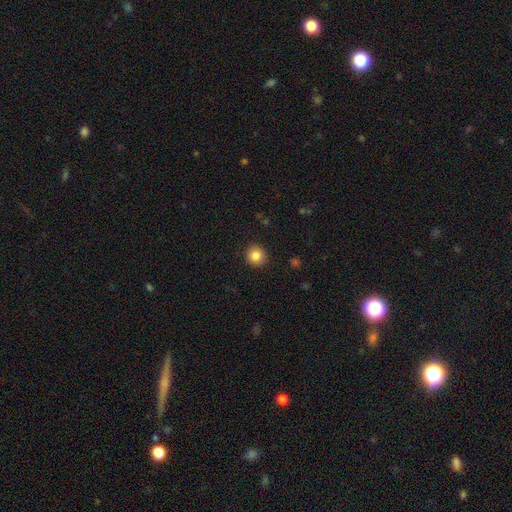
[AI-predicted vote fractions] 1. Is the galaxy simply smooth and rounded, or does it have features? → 84% smooth, 10% star or artifact, 6% featured or disk.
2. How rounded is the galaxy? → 92% round, 7% in between, 1% cigar-shaped.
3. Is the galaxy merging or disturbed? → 91% none, 6% minor disturbance, 2% major disturbance, 1% merger.